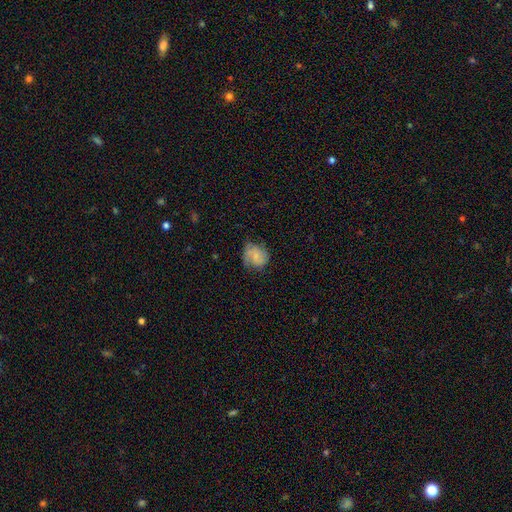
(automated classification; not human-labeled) Smooth or featured? smooth (60%)
How rounded? round (67%)
Merging? none (58%)